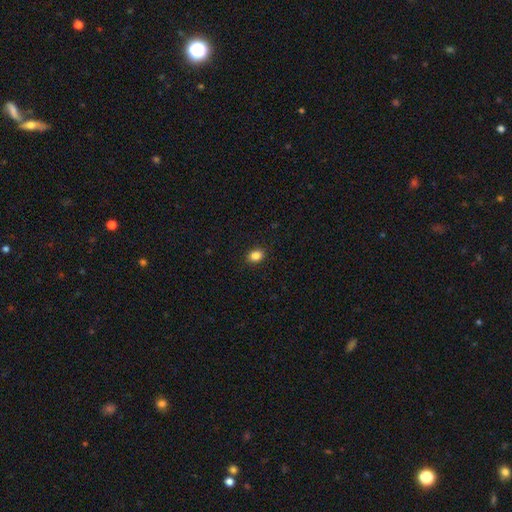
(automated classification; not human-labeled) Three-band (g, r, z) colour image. It shows a smooth galaxy with no disk features (86%) that is in between round and cigar-shaped (64%). Merging: none (89%).